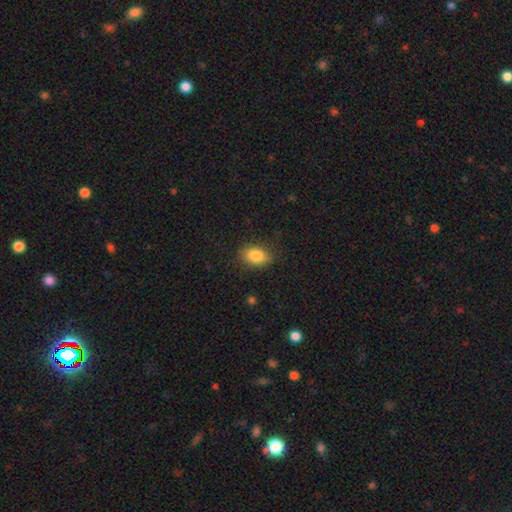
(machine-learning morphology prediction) A smooth galaxy with no disk features (84%) that is in between round and cigar-shaped (77%). Merging: none (81%).